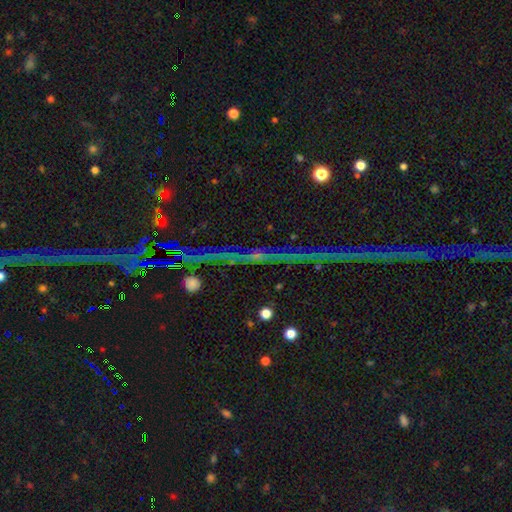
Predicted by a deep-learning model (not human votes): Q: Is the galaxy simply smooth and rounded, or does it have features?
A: star or artifact — 76%.